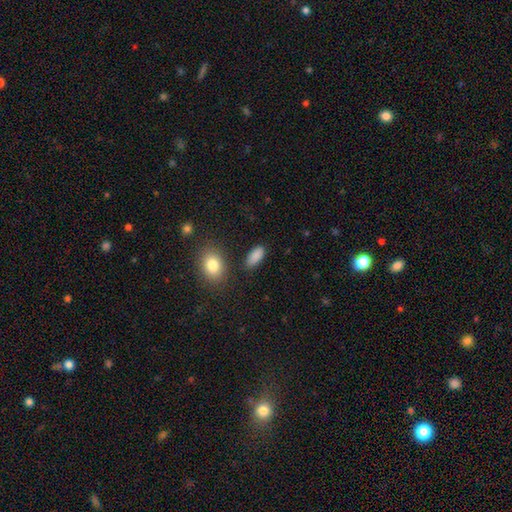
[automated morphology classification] Smooth or featured? Predicted: smooth (p=0.88). How rounded? Predicted: in between (p=0.89). Merging? Predicted: none (p=0.83).